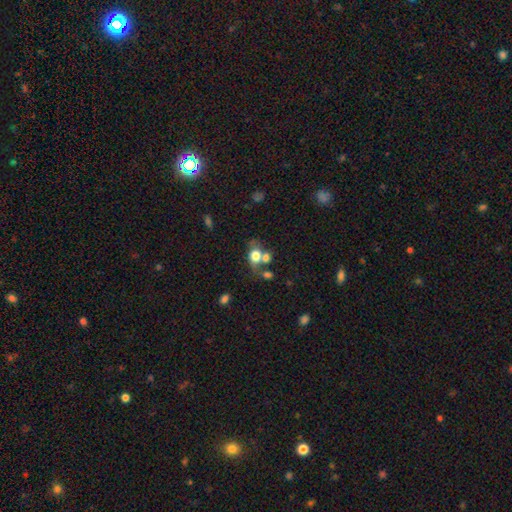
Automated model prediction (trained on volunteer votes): Q: Smooth or featured?
A: smooth (67%); runner-up: featured or disk (21%)
Q: How rounded?
A: round (50%); runner-up: in between (49%)
Q: Merging?
A: merger (41%); runner-up: none (33%)